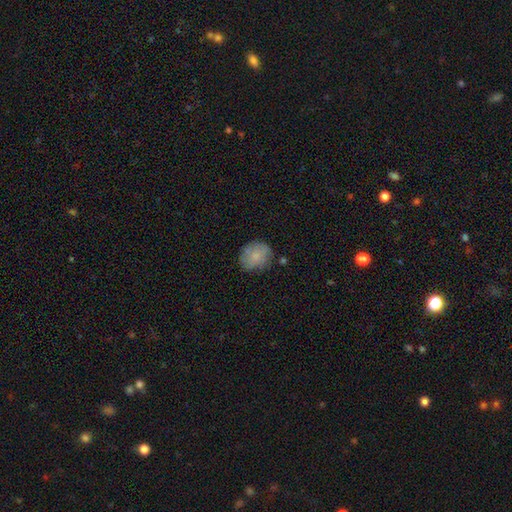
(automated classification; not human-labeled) A smooth galaxy with no disk features (73%) that is round (65%). Merging: none (72%).